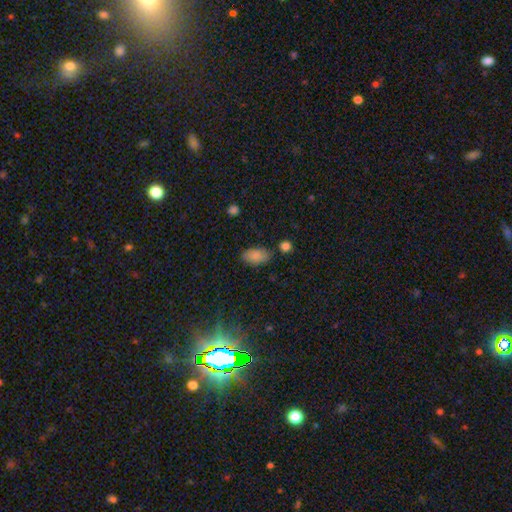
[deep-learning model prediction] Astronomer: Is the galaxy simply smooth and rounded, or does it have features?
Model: smooth — 86%.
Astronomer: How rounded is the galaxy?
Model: in between — 93%.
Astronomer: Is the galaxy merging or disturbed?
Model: none — 79%.